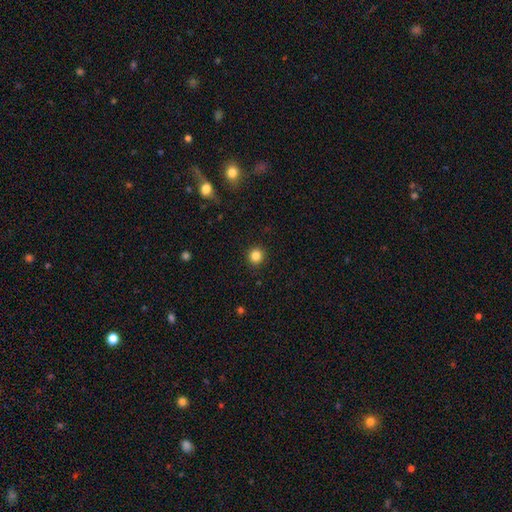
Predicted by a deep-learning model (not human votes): Q: Smooth or featured?
A: smooth (84%); runner-up: star or artifact (11%)
Q: How rounded?
A: round (93%); runner-up: in between (6%)
Q: Merging?
A: none (92%); runner-up: minor disturbance (5%)